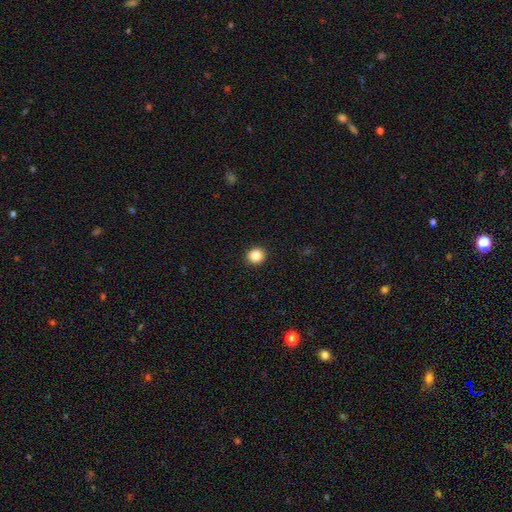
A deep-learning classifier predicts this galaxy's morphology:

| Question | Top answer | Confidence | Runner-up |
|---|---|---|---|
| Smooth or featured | smooth | 86% | star or artifact (10%) |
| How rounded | round | 86% | in between (13%) |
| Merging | none | 93% | minor disturbance (5%) |